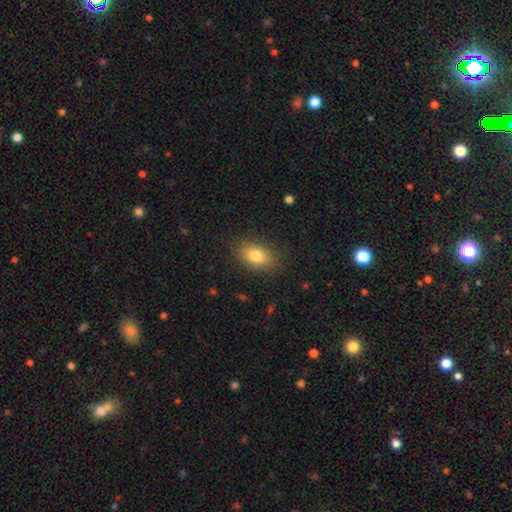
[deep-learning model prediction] smooth-or-featured: smooth: 81% | featured or disk: 11% | star or artifact: 9%
  how-rounded: in between: 85% | round: 13% | cigar-shaped: 2%
  merging: none: 86% | minor disturbance: 10% | major disturbance: 3% | merger: 1%